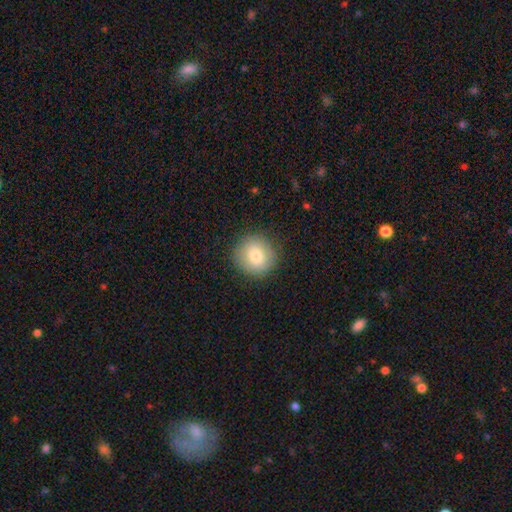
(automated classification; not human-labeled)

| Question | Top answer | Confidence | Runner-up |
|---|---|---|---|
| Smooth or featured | smooth | 78% | featured or disk (14%) |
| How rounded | round | 91% | in between (8%) |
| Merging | none | 88% | minor disturbance (8%) |